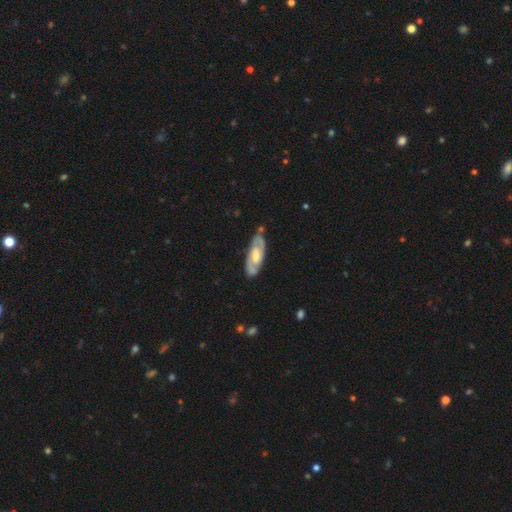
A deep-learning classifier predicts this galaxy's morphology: smooth_or_featured: featured or disk (p=0.74) [alt: smooth p=0.21]
disk_edge_on: no (p=0.87) [alt: yes p=0.13]
bar: no (p=0.43) [tied with: weak p=0.43]
has_spiral_arms: yes (p=0.84) [alt: no p=0.16]
spiral_winding: tight (p=0.46) [alt: medium p=0.42]
spiral_arm_count: 2 (p=0.77) [alt: can't tell p=0.16]
bulge_size: moderate (p=0.55) [alt: small p=0.25]
merging: none (p=0.82) [alt: minor disturbance p=0.14]